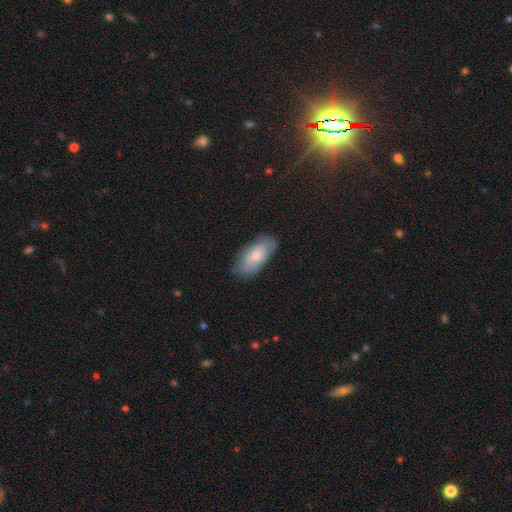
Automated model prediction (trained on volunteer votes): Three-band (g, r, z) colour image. It shows a smooth galaxy with no disk features (67%) that is in between round and cigar-shaped (91%). Merging: none (73%).